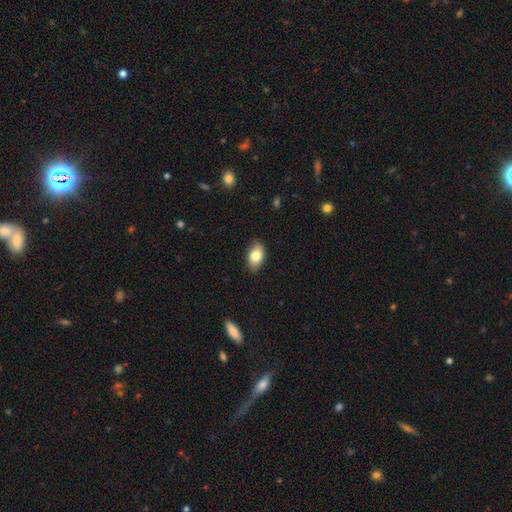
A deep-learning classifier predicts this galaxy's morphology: smooth-or-featured: smooth: 81% | featured or disk: 12% | star or artifact: 7%
  how-rounded: in between: 91% | round: 7% | cigar-shaped: 2%
  merging: none: 84% | minor disturbance: 12% | major disturbance: 2% | merger: 1%